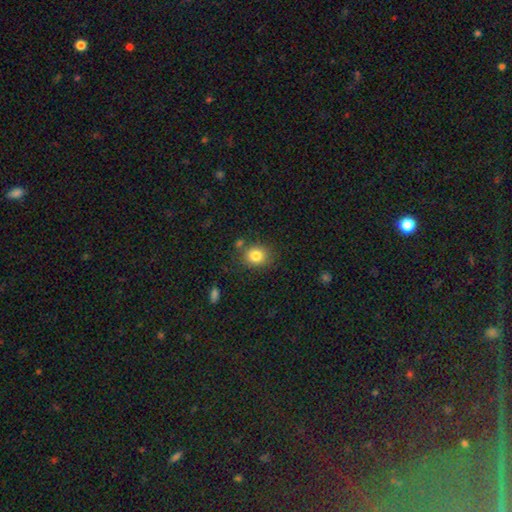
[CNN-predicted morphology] Smooth or featured? Predicted: smooth (p=0.84). How rounded? Predicted: round (p=0.71). Merging? Predicted: none (p=0.77).